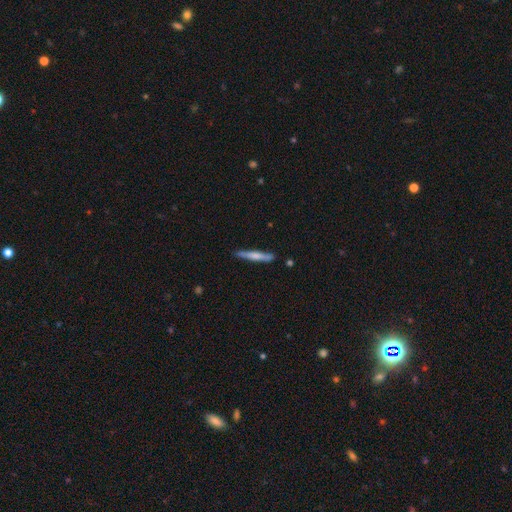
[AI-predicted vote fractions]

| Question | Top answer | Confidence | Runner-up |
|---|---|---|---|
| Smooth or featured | smooth | 58% | featured or disk (37%) |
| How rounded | cigar-shaped | 95% | in between (4%) |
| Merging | none | 86% | minor disturbance (11%) |